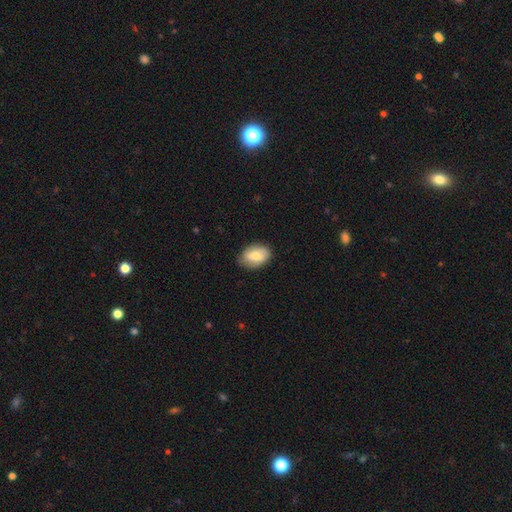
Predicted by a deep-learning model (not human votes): Morphology: type=smooth (67%); roundness=in between (85%); merging=none (78%).